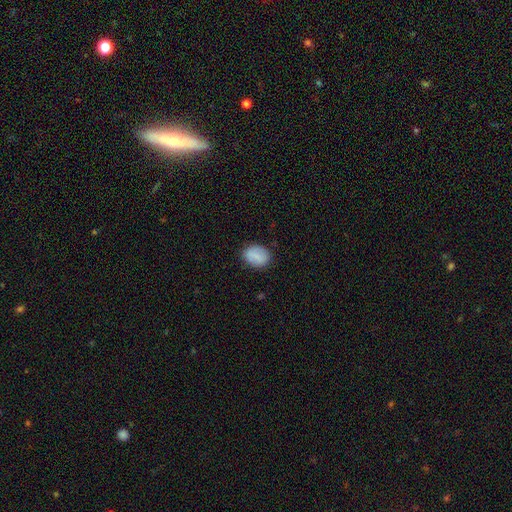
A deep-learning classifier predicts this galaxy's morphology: A smooth galaxy with no disk features (80%) that is in between round and cigar-shaped (67%). Merging: none (82%).